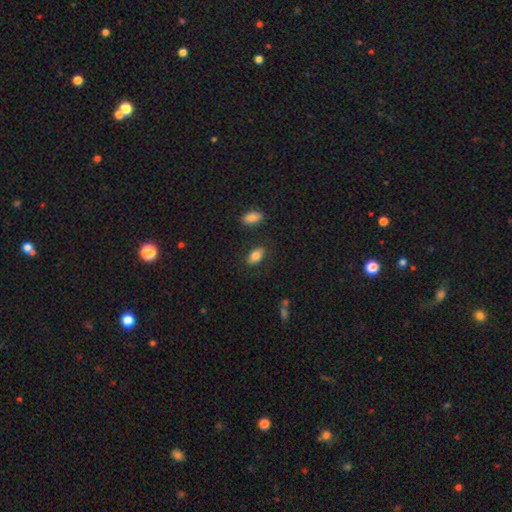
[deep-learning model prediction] A smooth galaxy with no disk features (82%) that is in between round and cigar-shaped (91%).

Vote fractions:
- Smooth or featured? smooth: 82% / featured or disk: 10% / star or artifact: 8%
- How rounded? in between: 91% / round: 6% / cigar-shaped: 3%
- Merging? none: 83% / minor disturbance: 11% / major disturbance: 3% / merger: 3%